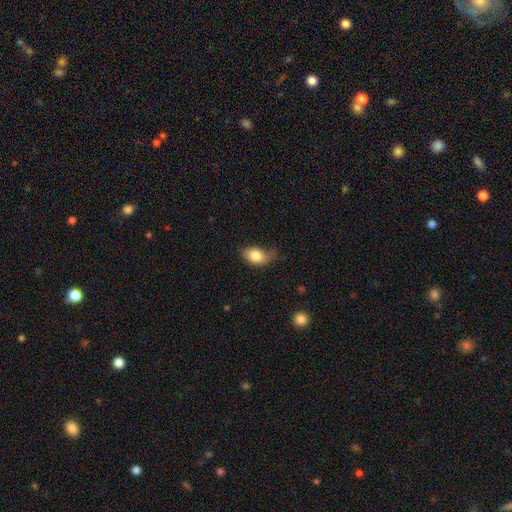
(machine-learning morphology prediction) Smooth or featured?
  - smooth: 81% *
  - featured or disk: 11%
  - star or artifact: 8%
How rounded?
  - in between: 85% *
  - round: 13%
  - cigar-shaped: 2%
Merging?
  - none: 46% *
  - minor disturbance: 39%
  - major disturbance: 12%
  - merger: 3%